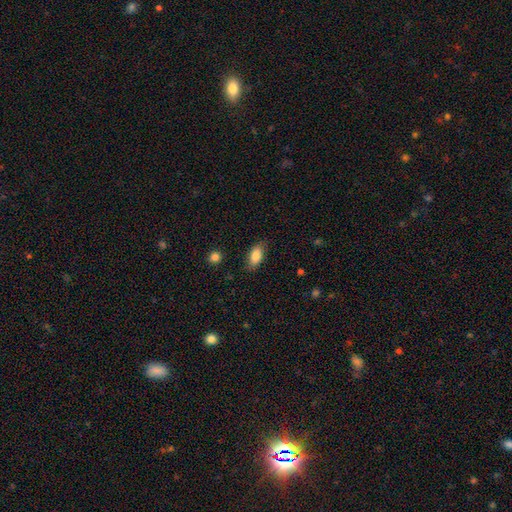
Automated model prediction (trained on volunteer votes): Overall: smooth (83%). How rounded: in between (90%). Merging: none (82%).